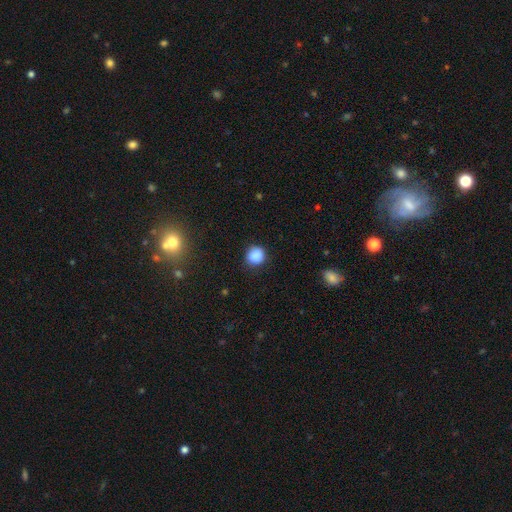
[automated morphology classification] This is clearly a smooth galaxy (87%). How rounded: clearly round (89%). Merging: clearly none (85%).